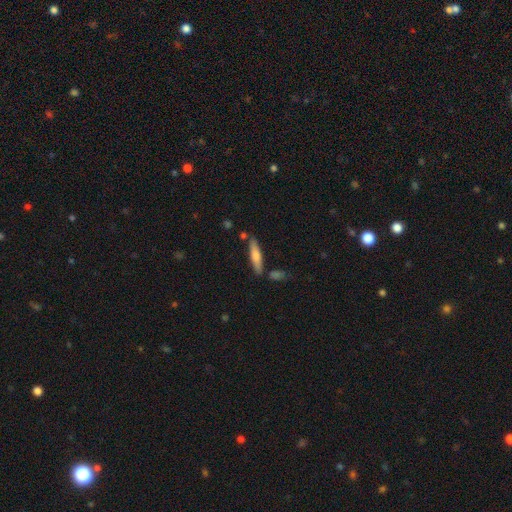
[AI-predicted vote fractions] A smooth galaxy with no disk features (61%) that is cigar-shaped (83%). Merging: none (81%).